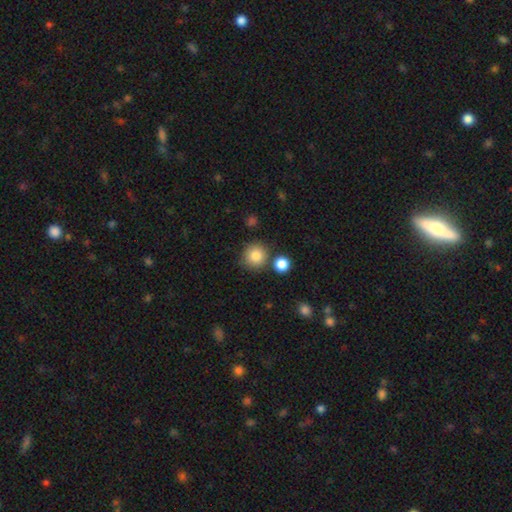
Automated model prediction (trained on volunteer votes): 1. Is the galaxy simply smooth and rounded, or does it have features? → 84% smooth, 10% star or artifact, 6% featured or disk.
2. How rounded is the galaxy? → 92% round, 7% in between, 1% cigar-shaped.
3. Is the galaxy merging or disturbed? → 78% none, 10% merger, 9% minor disturbance, 3% major disturbance.